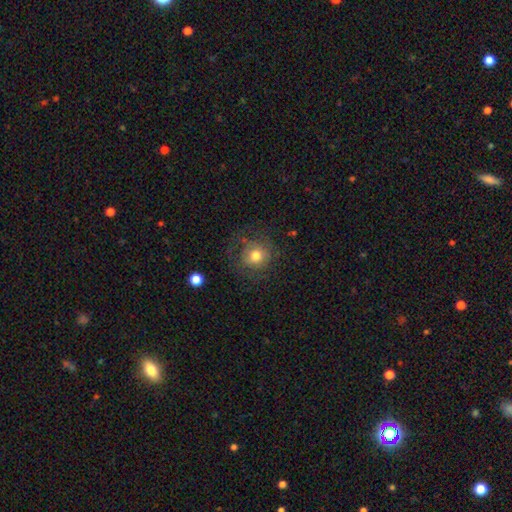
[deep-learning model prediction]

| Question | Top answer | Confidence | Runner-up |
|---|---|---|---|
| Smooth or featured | smooth | 68% | featured or disk (21%) |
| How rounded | round | 90% | in between (9%) |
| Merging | none | 69% | minor disturbance (16%) |